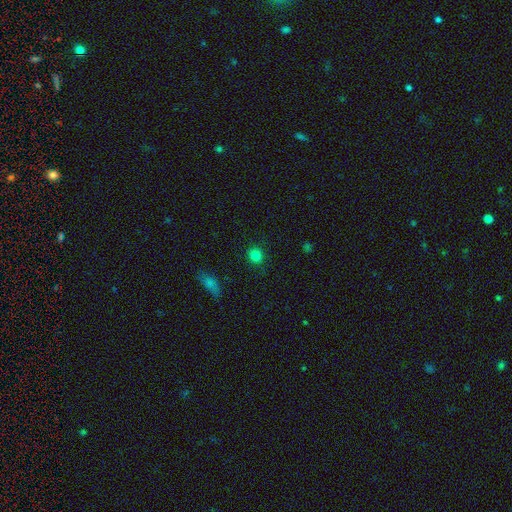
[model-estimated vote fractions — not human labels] The model was most divided on "smooth or featured": smooth: 82%, star or artifact: 13%, featured or disk: 5%. More confident: merging — none (89%); how rounded — round (89%).